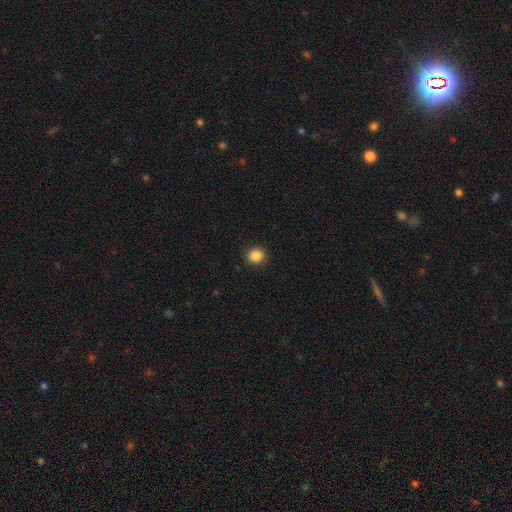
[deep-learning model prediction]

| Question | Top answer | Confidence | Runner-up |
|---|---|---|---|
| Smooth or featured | smooth | 87% | star or artifact (10%) |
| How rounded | round | 82% | in between (17%) |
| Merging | none | 92% | minor disturbance (5%) |